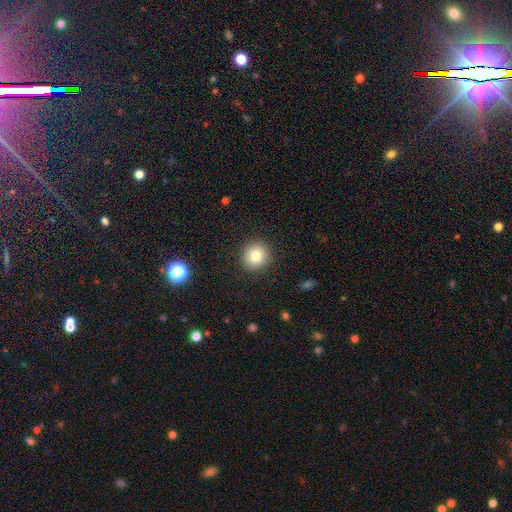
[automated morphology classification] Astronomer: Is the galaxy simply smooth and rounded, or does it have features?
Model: smooth — 81%.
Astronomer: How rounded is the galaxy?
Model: round — 91%.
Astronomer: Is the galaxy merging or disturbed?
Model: none — 90%.